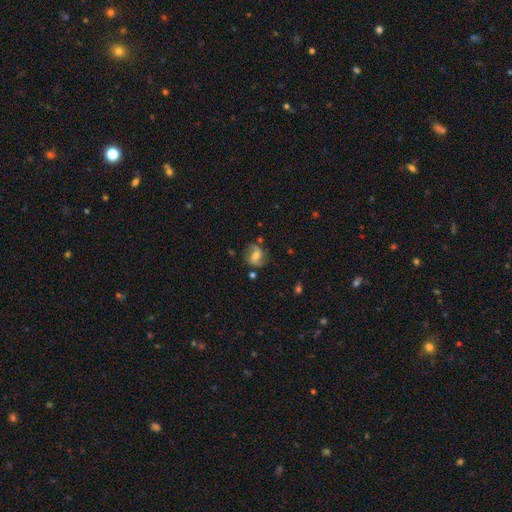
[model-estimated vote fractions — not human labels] Overall: featured or disk (63%; smooth 28%). Edge-on disk: no (96%). Bar: weak (44%; no 34%). Spiral arms: yes (88%). Spiral arm count: 2 (86%). Spiral winding: loose (45%; medium 41%). Bulge size: moderate (49%; small 25%). Merging: none (68%).